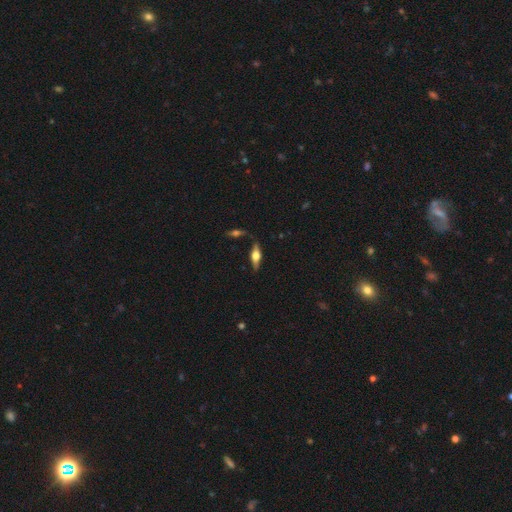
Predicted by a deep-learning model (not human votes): Morphology: type=featured or disk (59%); edge-on=yes (93%); edge-on bulge=rounded (92%); merging=none (78%).